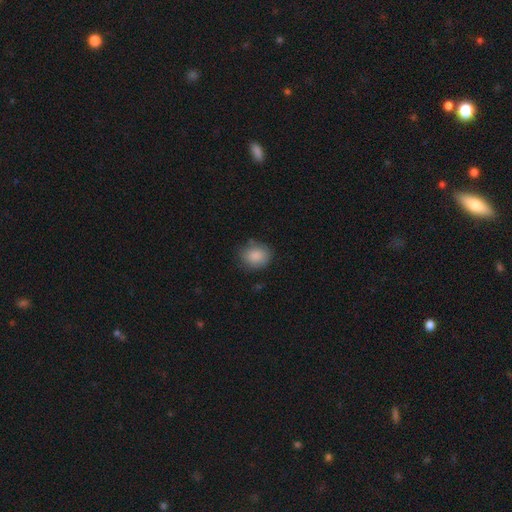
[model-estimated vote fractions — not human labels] smooth-or-featured: smooth: 86% | star or artifact: 8% | featured or disk: 6%
  how-rounded: round: 63% | in between: 36% | cigar-shaped: 1%
  merging: none: 75% | minor disturbance: 18% | major disturbance: 4% | merger: 2%